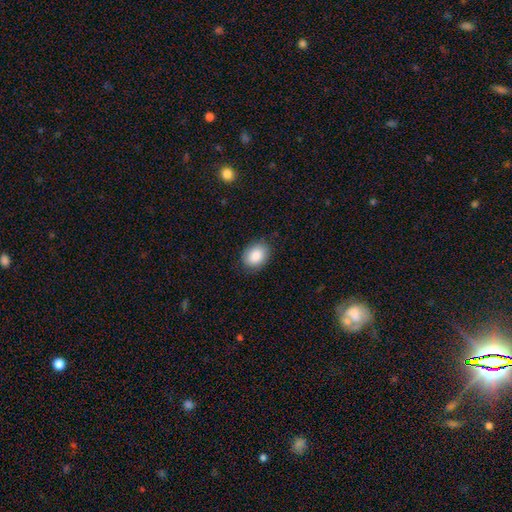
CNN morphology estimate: This is clearly a smooth galaxy (86%). How rounded: likely in between (66%). Merging: clearly none (84%).